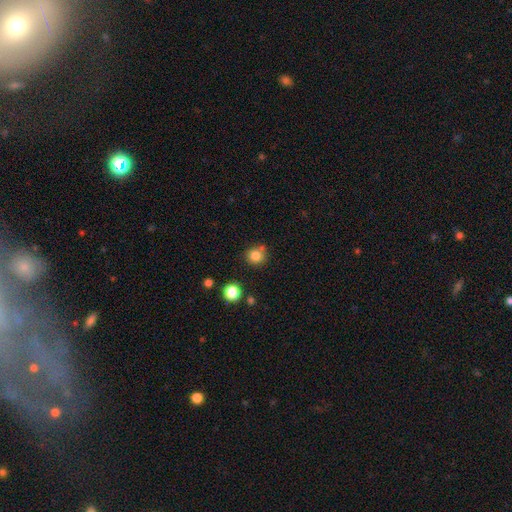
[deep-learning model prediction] smooth 82%, star or artifact 12%, featured or disk 6%. Down the decision tree: how rounded — round (91%); merging — none (74%).